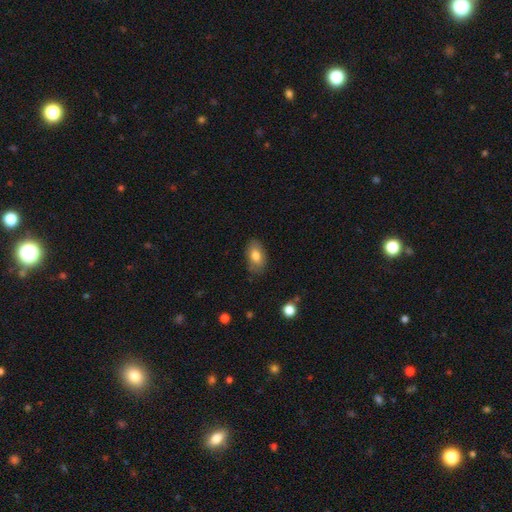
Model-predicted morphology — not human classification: smooth_or_featured: smooth (p=0.78) [alt: featured or disk p=0.15]
how_rounded: in between (p=0.90) [alt: round p=0.08]
merging: none (p=0.80) [alt: minor disturbance p=0.16]